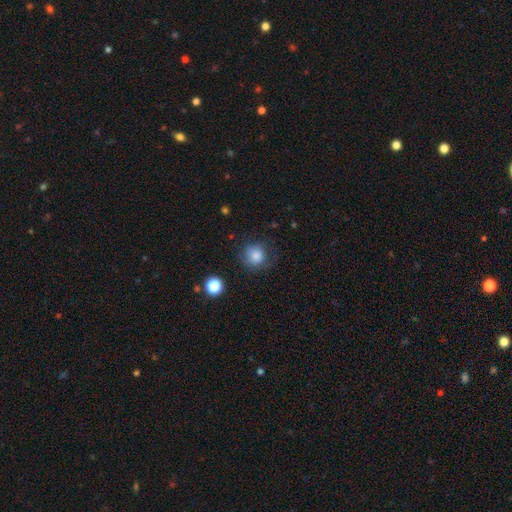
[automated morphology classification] smooth_or_featured: smooth (p=0.81) [alt: star or artifact p=0.11]
how_rounded: round (p=0.89) [alt: in between p=0.10]
merging: none (p=0.69) [alt: minor disturbance p=0.19]